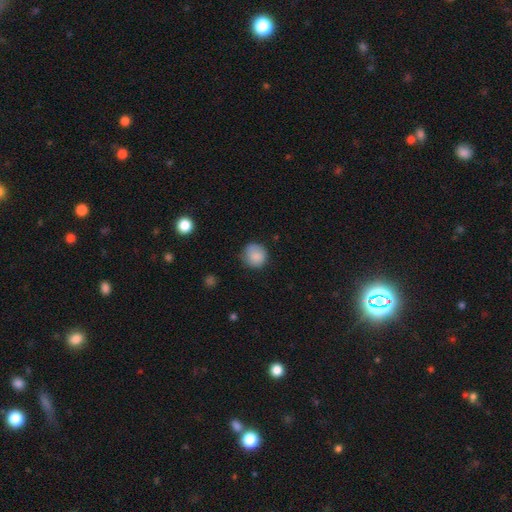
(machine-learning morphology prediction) Smooth or featured: smooth — 86% (star or artifact — 8%)
How rounded: round — 88% (in between — 11%)
Merging: none — 75% (minor disturbance — 19%)